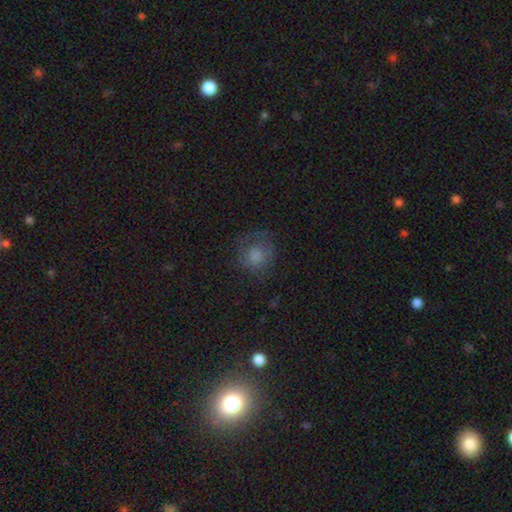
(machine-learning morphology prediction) smooth 62%, featured or disk 20%, star or artifact 18%. Down the decision tree: how rounded — round (81%); merging — none (63%).